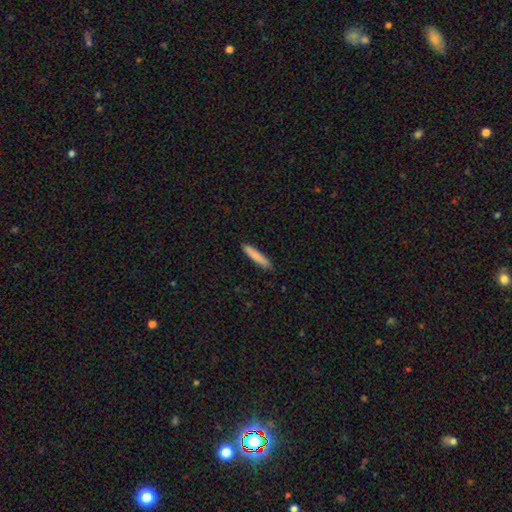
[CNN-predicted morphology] Smooth or featured? Predicted: smooth (p=0.84). How rounded? Predicted: cigar-shaped (p=0.91). Merging? Predicted: none (p=0.87).